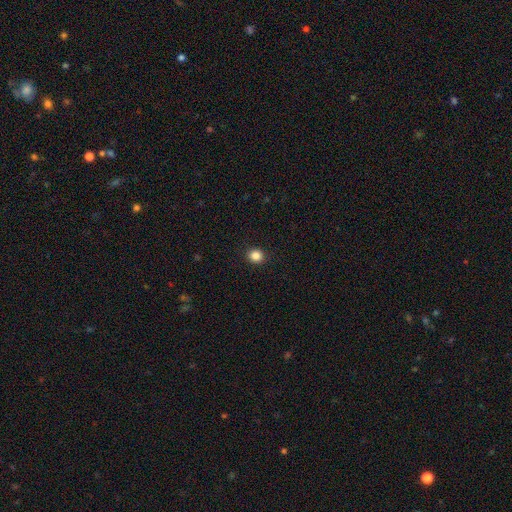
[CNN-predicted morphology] smooth 86%, star or artifact 11%, featured or disk 3%. Down the decision tree: how rounded — round (80%); merging — none (92%).